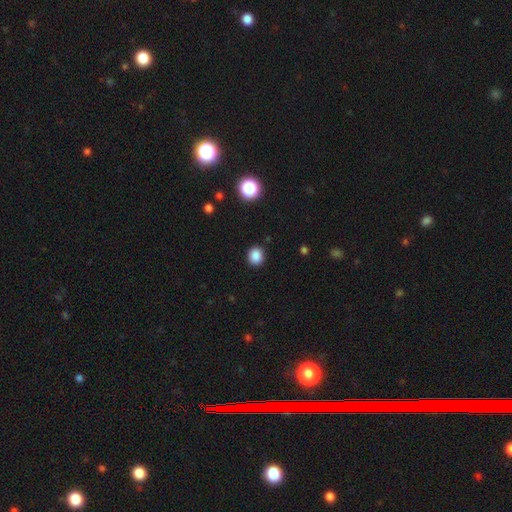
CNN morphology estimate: A smooth galaxy with no disk features (86%) that is round (78%).

Vote fractions:
- Smooth or featured? smooth: 86% / star or artifact: 11% / featured or disk: 3%
- How rounded? round: 78% / in between: 21% / cigar-shaped: 1%
- Merging? none: 90% / minor disturbance: 7% / major disturbance: 2% / merger: 1%